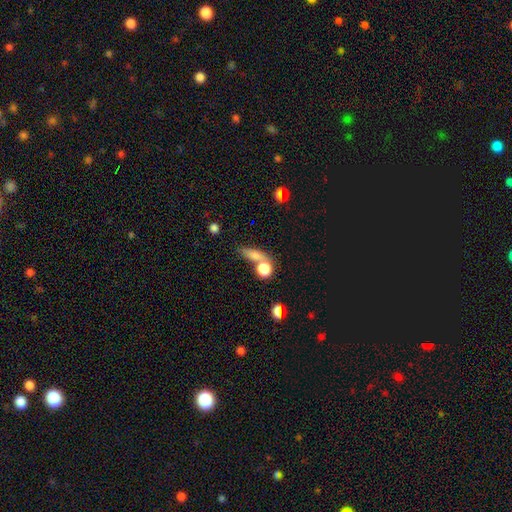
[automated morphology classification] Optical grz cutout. It shows a smooth galaxy with no disk features (74%) that is in between round and cigar-shaped (45%). Merging: none (47%).